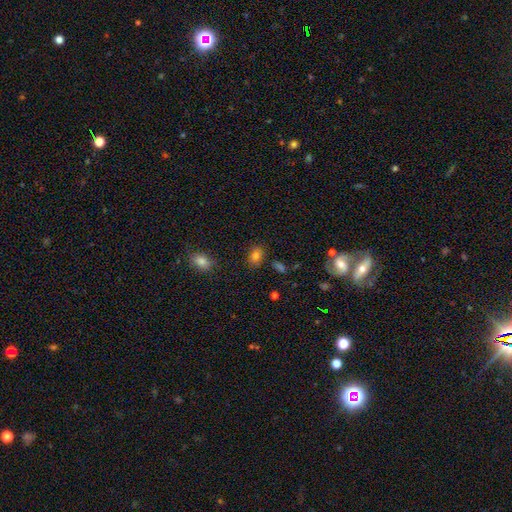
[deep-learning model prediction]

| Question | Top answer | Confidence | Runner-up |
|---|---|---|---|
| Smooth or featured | smooth | 80% | star or artifact (12%) |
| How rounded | in between | 75% | round (24%) |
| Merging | none | 79% | minor disturbance (14%) |